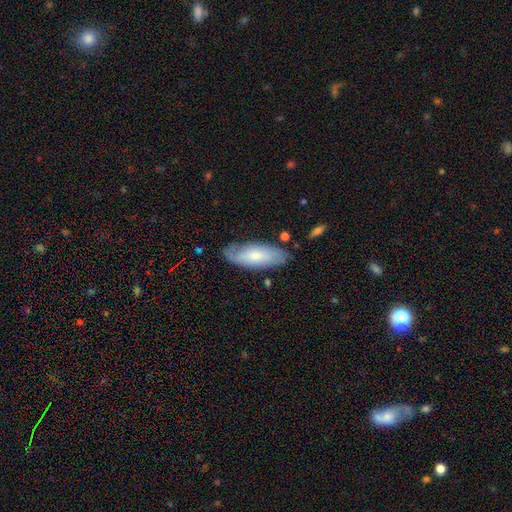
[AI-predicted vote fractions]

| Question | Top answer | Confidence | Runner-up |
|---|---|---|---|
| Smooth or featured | smooth | 58% | featured or disk (36%) |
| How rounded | in between | 76% | cigar-shaped (22%) |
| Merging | none | 72% | minor disturbance (20%) |